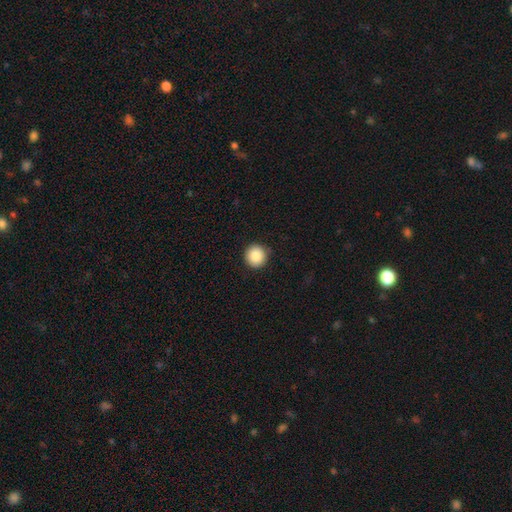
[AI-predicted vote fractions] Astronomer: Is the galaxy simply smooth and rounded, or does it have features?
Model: smooth — 88%.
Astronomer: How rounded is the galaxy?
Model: round — 94%.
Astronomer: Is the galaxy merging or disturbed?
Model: none — 92%.